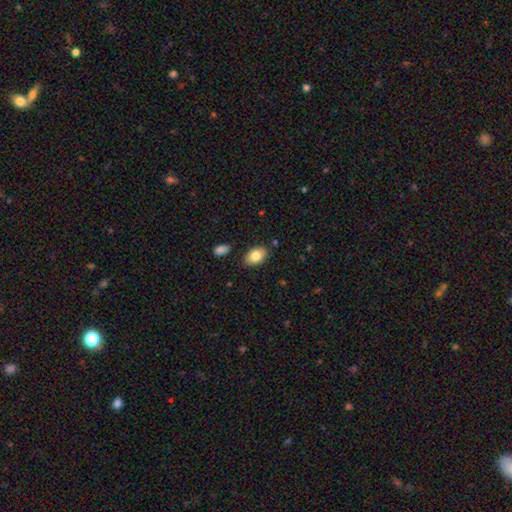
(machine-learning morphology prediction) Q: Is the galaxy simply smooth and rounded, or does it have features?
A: smooth — 82%.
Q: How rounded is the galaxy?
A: in between — 89%.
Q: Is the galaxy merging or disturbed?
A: none — 85%.